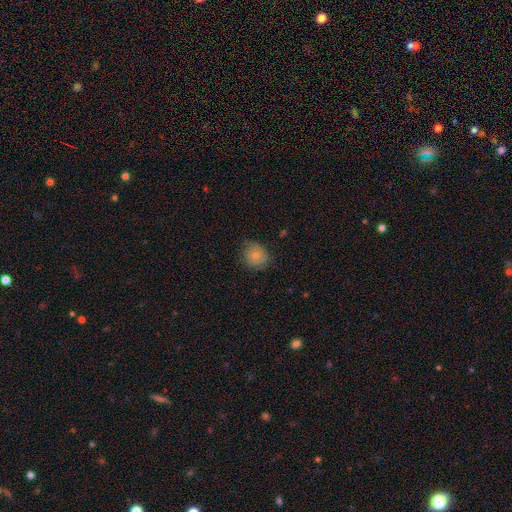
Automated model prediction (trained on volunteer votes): smooth 73%, featured or disk 18%, star or artifact 8%. Down the decision tree: how rounded — round (79%); merging — none (74%).